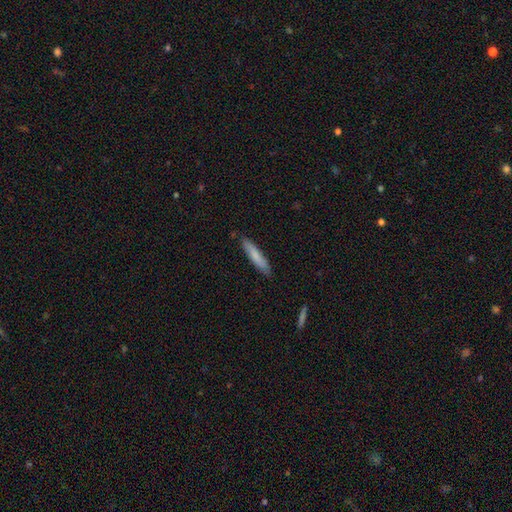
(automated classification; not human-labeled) smooth_or_featured: smooth (p=0.78) [alt: featured or disk p=0.17]
how_rounded: cigar-shaped (p=0.89) [alt: in between p=0.10]
merging: none (p=0.87) [alt: minor disturbance p=0.10]